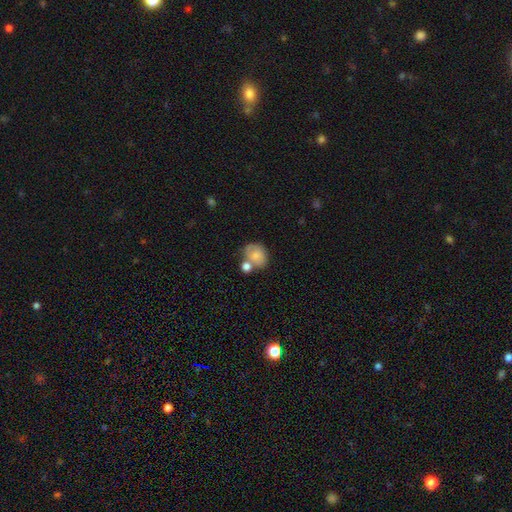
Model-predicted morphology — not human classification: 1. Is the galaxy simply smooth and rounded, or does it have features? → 77% smooth, 15% featured or disk, 8% star or artifact.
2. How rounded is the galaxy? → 50% in between, 49% round, 1% cigar-shaped.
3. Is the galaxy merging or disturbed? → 39% none, 37% merger, 17% minor disturbance, 8% major disturbance.